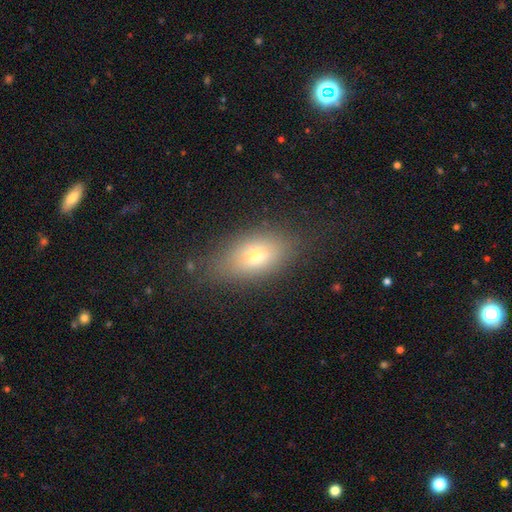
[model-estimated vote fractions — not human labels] smooth_or_featured: smooth (p=0.68) [alt: featured or disk p=0.20]
how_rounded: in between (p=0.83) [alt: round p=0.11]
merging: none (p=0.76) [alt: minor disturbance p=0.16]